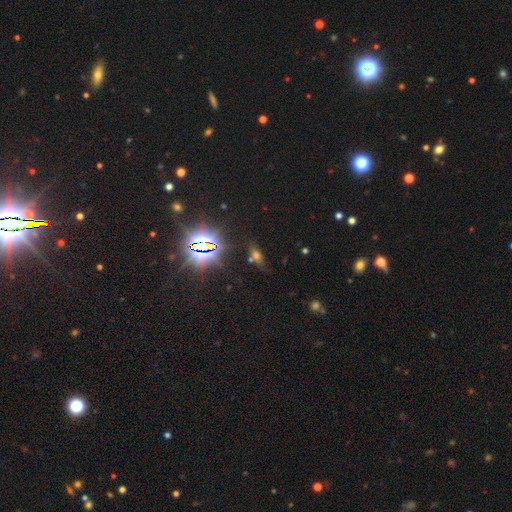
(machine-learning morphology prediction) A star or artifact, not a galaxy (46%).